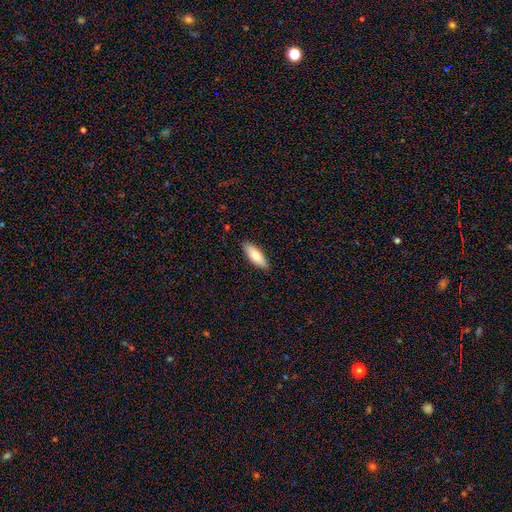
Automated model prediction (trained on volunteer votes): smooth-or-featured: smooth: 81% | featured or disk: 13% | star or artifact: 6%
  how-rounded: in between: 60% | cigar-shaped: 38% | round: 2%
  merging: none: 88% | minor disturbance: 9% | major disturbance: 2% | merger: 1%